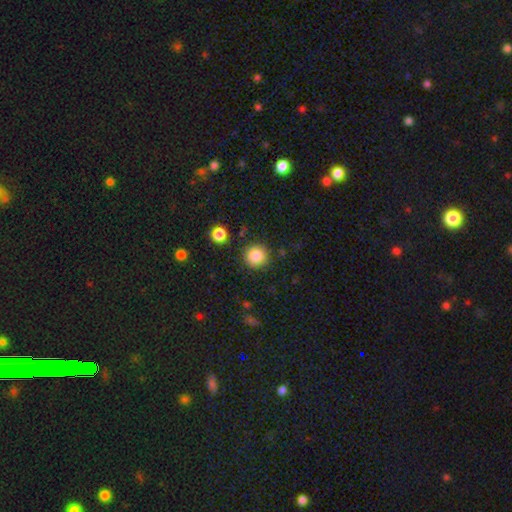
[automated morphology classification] type=smooth (86%); roundness=round (94%); merging=none (88%).